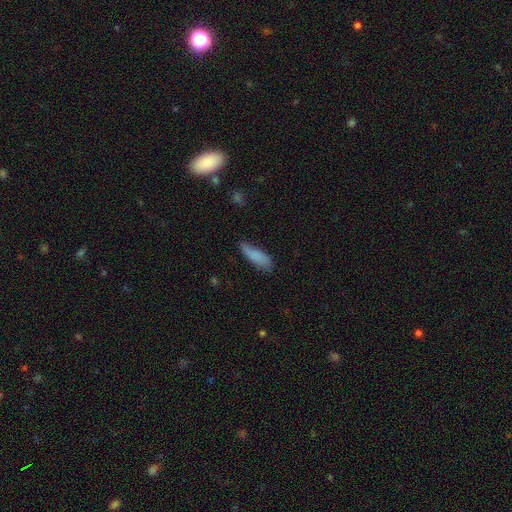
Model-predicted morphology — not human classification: Smooth or featured? Predicted: smooth (p=0.80). How rounded? Predicted: cigar-shaped (p=0.50). Merging? Predicted: none (p=0.60).